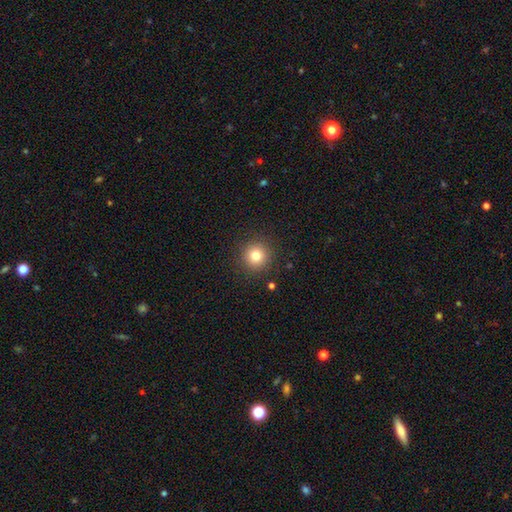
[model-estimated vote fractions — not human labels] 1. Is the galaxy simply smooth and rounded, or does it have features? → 80% smooth, 13% star or artifact, 8% featured or disk.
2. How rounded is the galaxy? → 95% round, 4% in between, 1% cigar-shaped.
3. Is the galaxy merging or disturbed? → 90% none, 6% minor disturbance, 2% major disturbance, 1% merger.